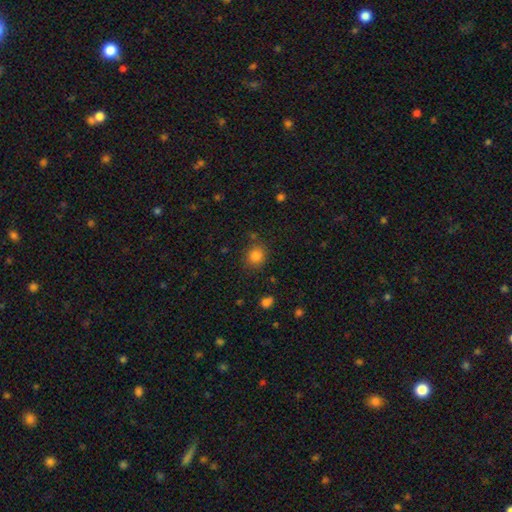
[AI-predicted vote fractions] Smooth or featured?
  - smooth: 84% *
  - star or artifact: 12%
  - featured or disk: 4%
How rounded?
  - round: 81% *
  - in between: 18%
  - cigar-shaped: 1%
Merging?
  - none: 82% *
  - minor disturbance: 11%
  - major disturbance: 4%
  - merger: 3%